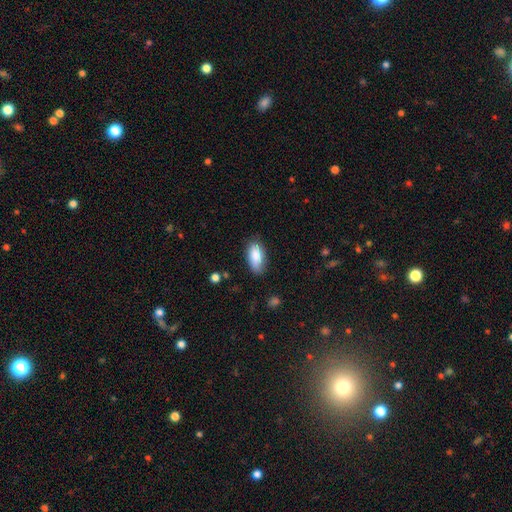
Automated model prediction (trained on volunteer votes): smooth-or-featured: smooth: 87% | star or artifact: 6% | featured or disk: 6%
  how-rounded: in between: 90% | cigar-shaped: 7% | round: 2%
  merging: none: 79% | minor disturbance: 17% | major disturbance: 3% | merger: 1%